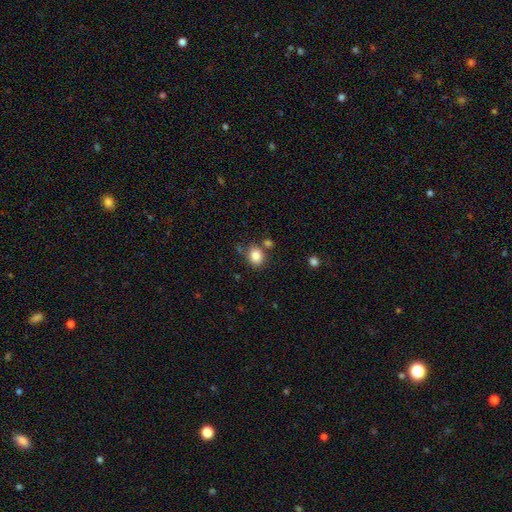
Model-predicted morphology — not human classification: Q: Smooth or featured?
A: smooth (84%); runner-up: star or artifact (10%)
Q: How rounded?
A: round (59%); runner-up: in between (40%)
Q: Merging?
A: none (73%); runner-up: minor disturbance (13%)